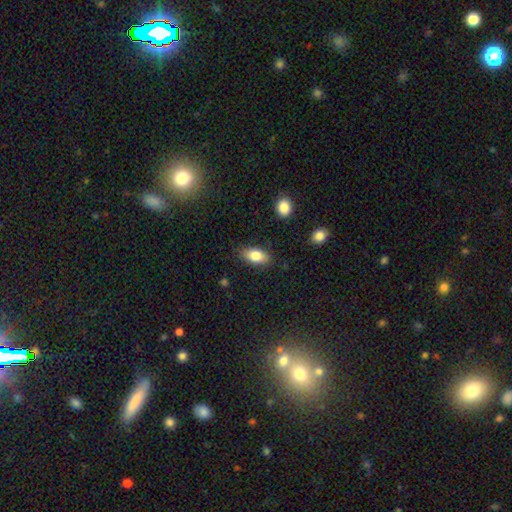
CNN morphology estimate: This is clearly a smooth galaxy (82%). How rounded: clearly in between (90%). Merging: clearly none (84%).